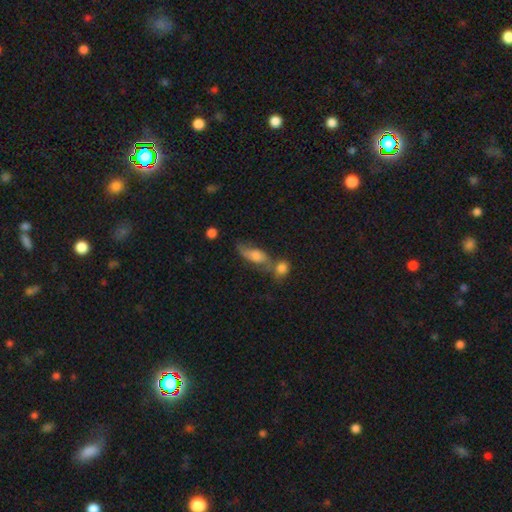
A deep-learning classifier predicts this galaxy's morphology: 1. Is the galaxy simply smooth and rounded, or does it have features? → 51% smooth, 38% featured or disk, 11% star or artifact.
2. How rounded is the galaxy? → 71% in between, 21% cigar-shaped, 8% round.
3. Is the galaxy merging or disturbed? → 39% none, 31% merger, 19% minor disturbance, 11% major disturbance.